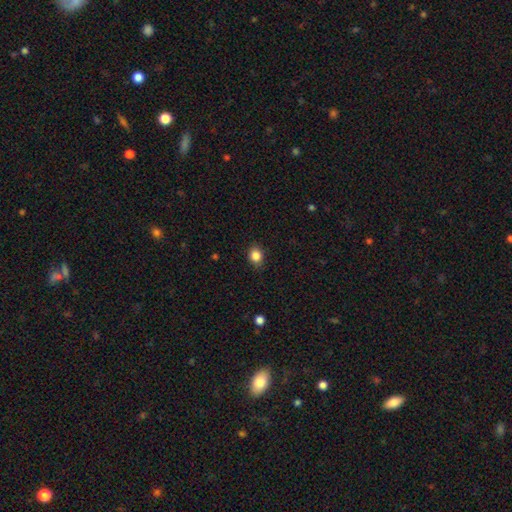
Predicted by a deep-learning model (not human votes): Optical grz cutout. It shows a smooth galaxy with no disk features (85%) that is round (59%). Merging: none (85%).